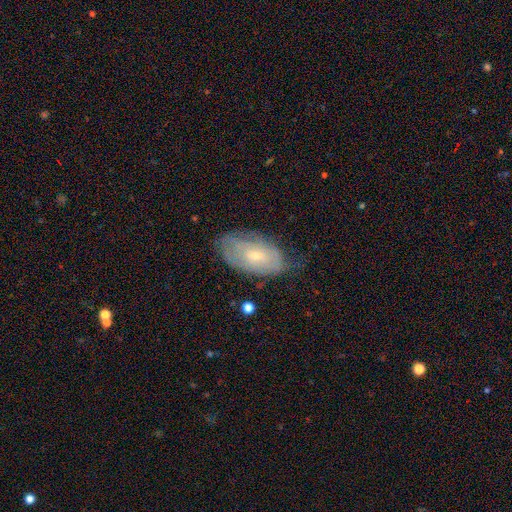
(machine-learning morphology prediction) Smooth or featured? featured or disk (50%)
Edge-on disk? no (91%)
Merging? none (58%)